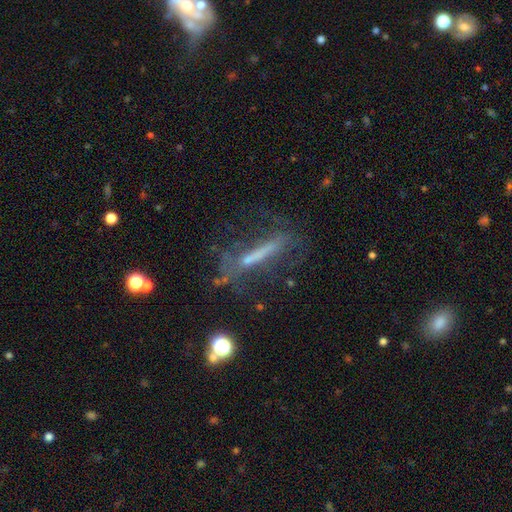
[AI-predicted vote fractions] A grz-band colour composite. It shows a featured or disk galaxy (54%) viewed edge-on (61%). Merging: none (54%).